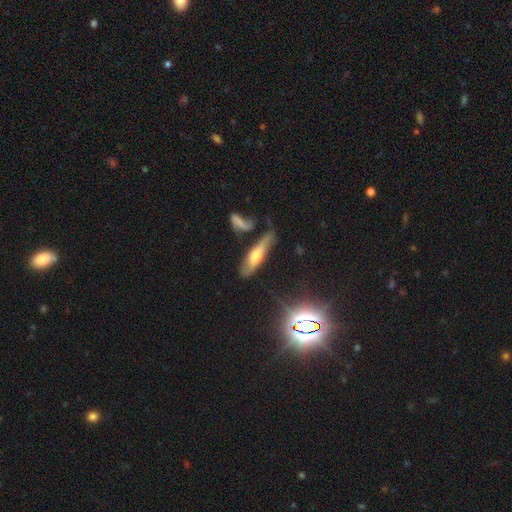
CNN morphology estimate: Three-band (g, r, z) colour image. It shows a smooth galaxy with no disk features (46%). Merging: none (58%).